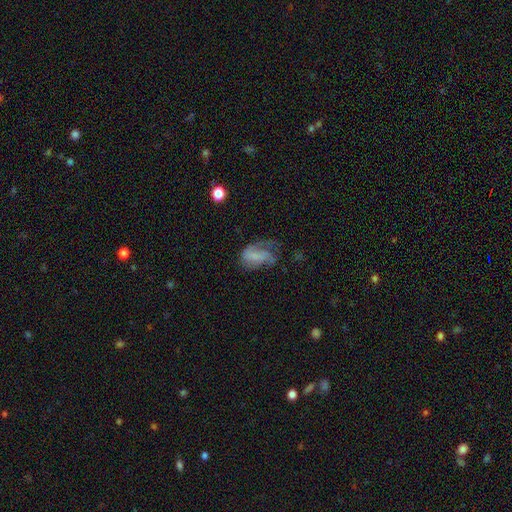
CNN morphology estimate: This appears to be a featured or disk galaxy (49%). Merging: major disturbance (42%).